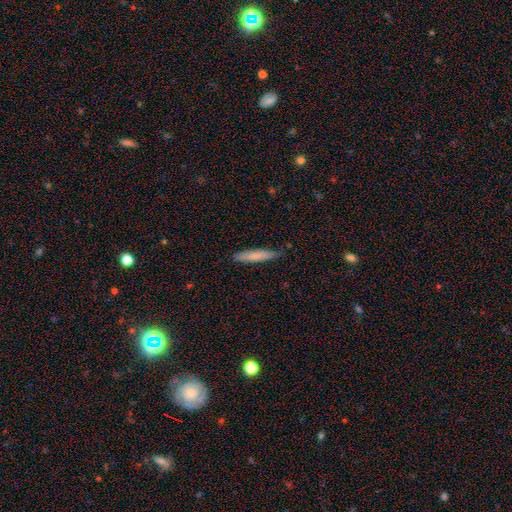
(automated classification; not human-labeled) This is likely a smooth galaxy (75%). How rounded: clearly cigar-shaped (92%). Merging: clearly none (84%).